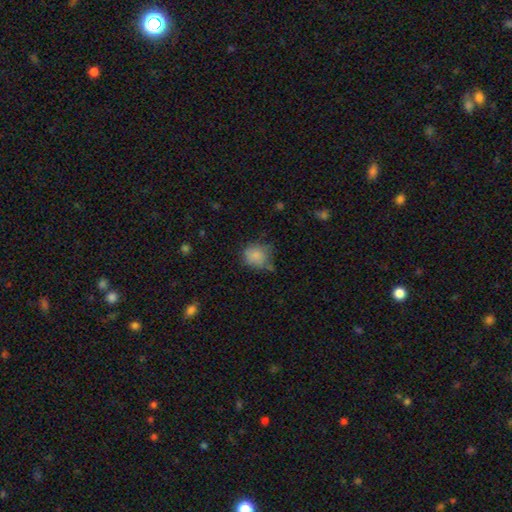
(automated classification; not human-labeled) Smooth or featured?
  - smooth: 82% *
  - star or artifact: 9%
  - featured or disk: 9%
How rounded?
  - round: 78% *
  - in between: 21%
  - cigar-shaped: 1%
Merging?
  - none: 54% *
  - minor disturbance: 30%
  - major disturbance: 9%
  - merger: 6%